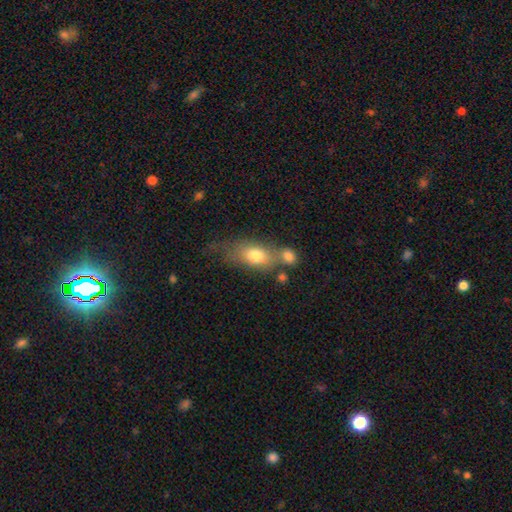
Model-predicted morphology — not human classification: A smooth galaxy with no disk features (73%) that is in between round and cigar-shaped (78%). Merging: none (38%).